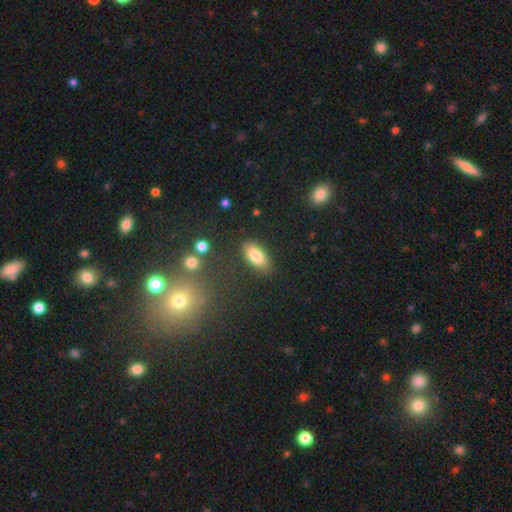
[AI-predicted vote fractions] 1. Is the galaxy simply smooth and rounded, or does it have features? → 82% smooth, 9% featured or disk, 8% star or artifact.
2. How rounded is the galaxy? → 89% in between, 7% cigar-shaped, 4% round.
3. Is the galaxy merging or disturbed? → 83% none, 12% minor disturbance, 3% major disturbance, 2% merger.